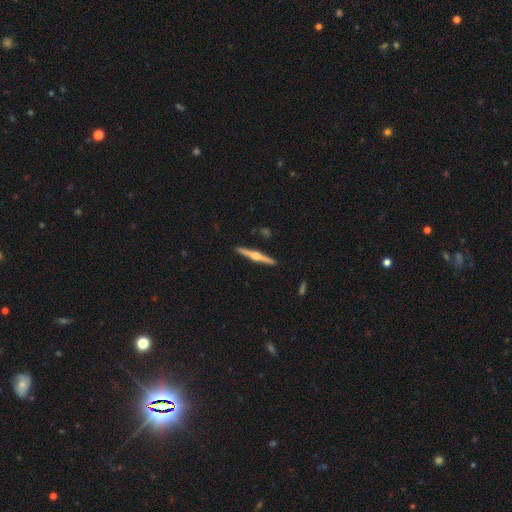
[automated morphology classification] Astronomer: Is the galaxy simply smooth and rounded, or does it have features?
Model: featured or disk — 77%.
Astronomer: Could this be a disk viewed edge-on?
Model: yes — 98%.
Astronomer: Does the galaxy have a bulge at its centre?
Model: rounded — 92%.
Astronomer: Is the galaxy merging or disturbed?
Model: none — 92%.